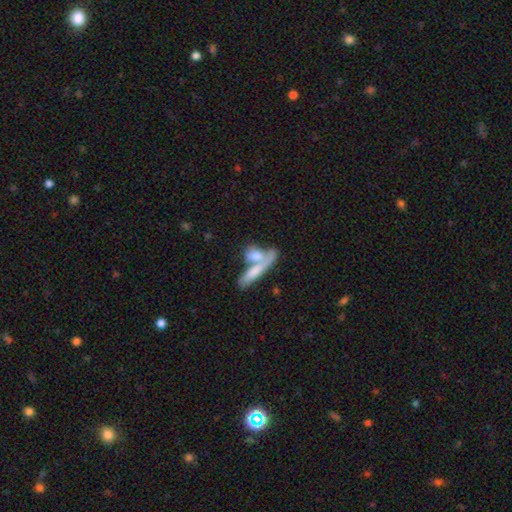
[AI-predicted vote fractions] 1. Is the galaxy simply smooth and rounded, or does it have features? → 67% smooth, 26% featured or disk, 7% star or artifact.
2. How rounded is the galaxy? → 47% in between, 44% cigar-shaped, 9% round.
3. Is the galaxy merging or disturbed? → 54% merger, 30% none, 9% minor disturbance, 7% major disturbance.